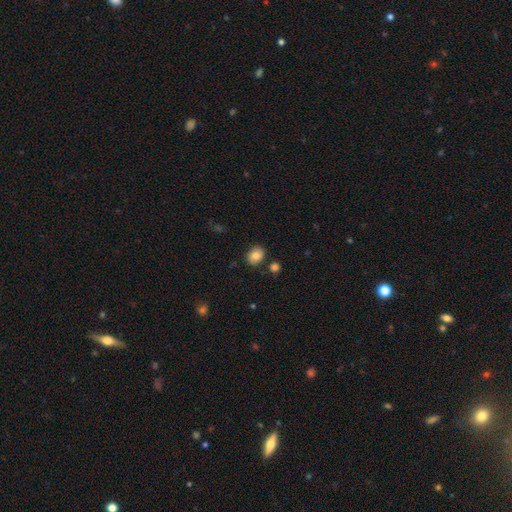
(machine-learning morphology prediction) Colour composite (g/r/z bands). It shows a smooth galaxy with no disk features (82%) that is round (51%). Merging: none (83%).